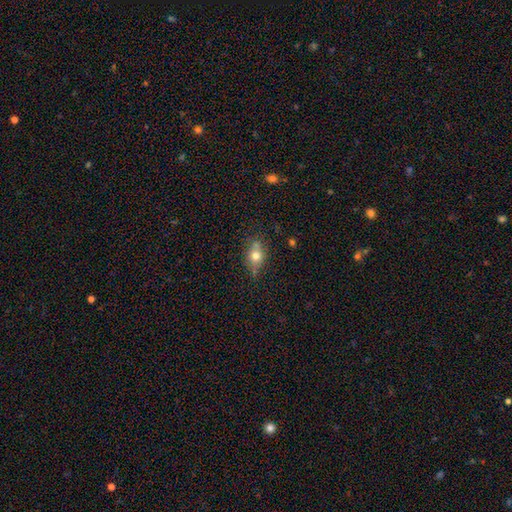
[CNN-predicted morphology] Q: Smooth or featured?
A: smooth (70%); runner-up: featured or disk (17%)
Q: How rounded?
A: round (51%); runner-up: in between (46%)
Q: Merging?
A: none (66%); runner-up: minor disturbance (18%)